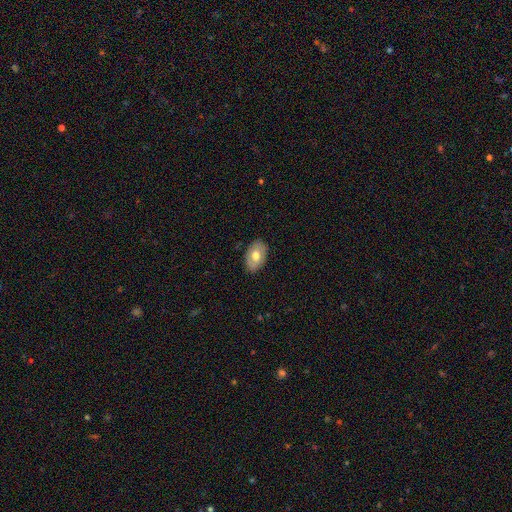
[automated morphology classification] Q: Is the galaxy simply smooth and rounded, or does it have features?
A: smooth — 66%.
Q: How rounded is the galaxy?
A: in between — 88%.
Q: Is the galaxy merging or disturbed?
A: none — 85%.